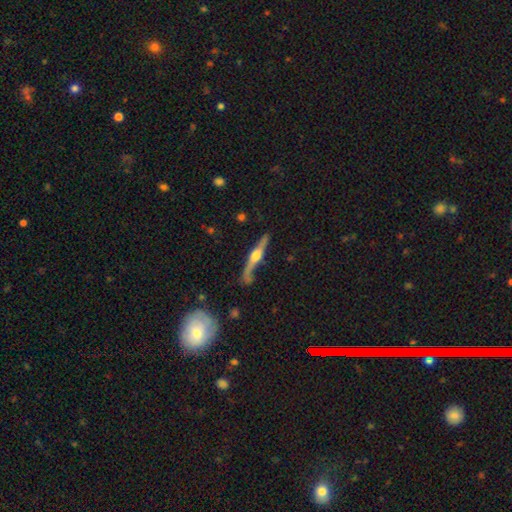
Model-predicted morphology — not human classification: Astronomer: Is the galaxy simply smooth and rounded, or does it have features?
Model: featured or disk — 75%.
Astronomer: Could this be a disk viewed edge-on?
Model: yes — 93%.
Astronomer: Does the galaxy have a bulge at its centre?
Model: rounded — 91%.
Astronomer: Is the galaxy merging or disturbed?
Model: none — 69%.